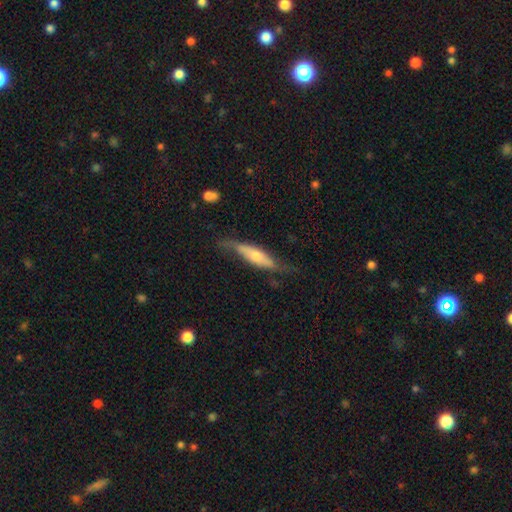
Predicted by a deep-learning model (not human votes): featured or disk 53%, smooth 41%, star or artifact 6%. Down the decision tree: edge-on disk — yes (65%); merging — none (56%).